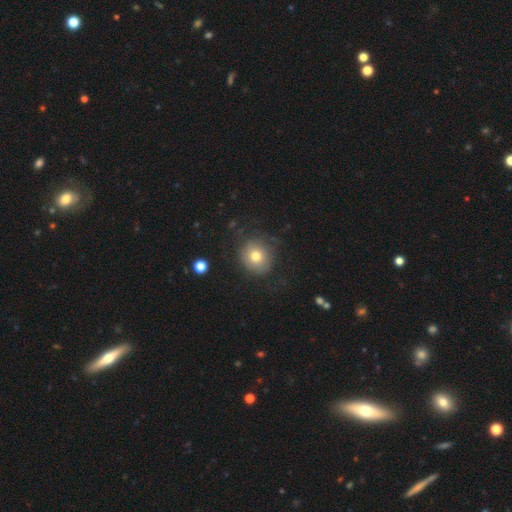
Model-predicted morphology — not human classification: The model was most divided on "smooth or featured": smooth: 73%, featured or disk: 16%, star or artifact: 11%. More confident: how rounded — round (87%); merging — none (75%).